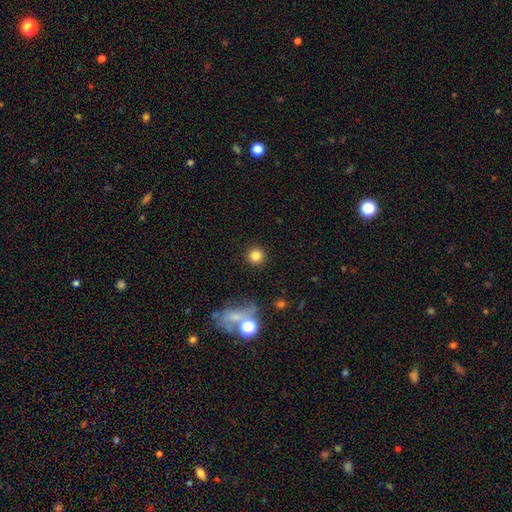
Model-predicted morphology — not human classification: smooth-or-featured: smooth: 82% | star or artifact: 12% | featured or disk: 6%
  how-rounded: round: 95% | in between: 4% | cigar-shaped: 1%
  merging: none: 90% | minor disturbance: 5% | major disturbance: 3% | merger: 2%